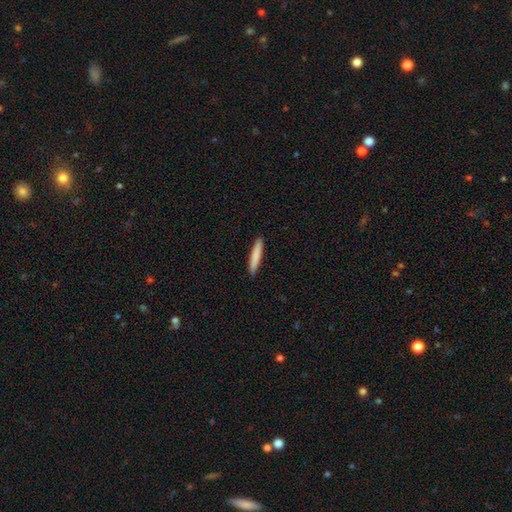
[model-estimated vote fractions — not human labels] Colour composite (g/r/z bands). It shows a smooth galaxy with no disk features (83%) that is cigar-shaped (93%). Merging: none (91%).